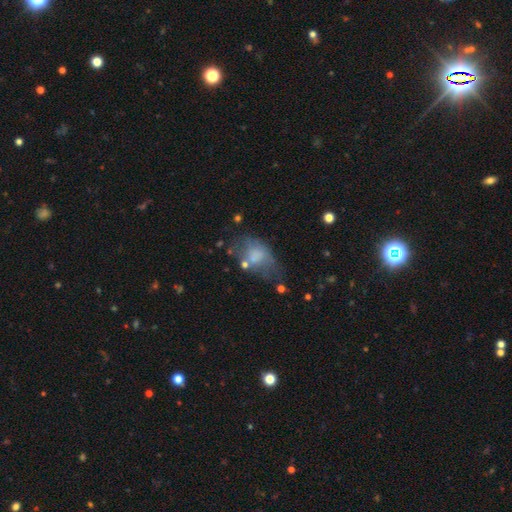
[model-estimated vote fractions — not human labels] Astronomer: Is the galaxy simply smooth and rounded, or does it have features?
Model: smooth — 59%.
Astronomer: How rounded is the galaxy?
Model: in between — 81%.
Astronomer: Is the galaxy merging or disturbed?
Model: major disturbance — 32% (runner-up: none, 31%).